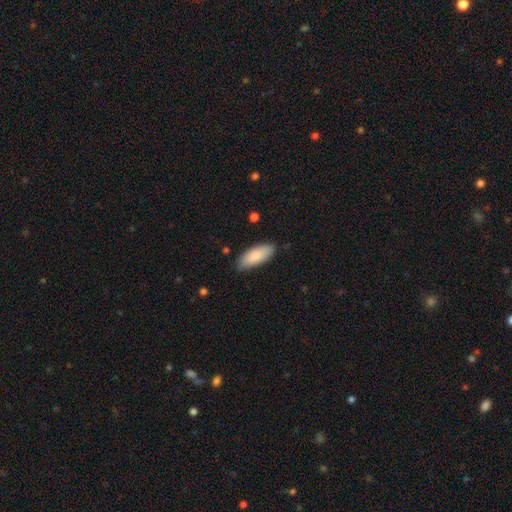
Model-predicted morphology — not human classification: Smooth or featured?
  - smooth: 83% *
  - featured or disk: 12%
  - star or artifact: 6%
How rounded?
  - in between: 79% *
  - cigar-shaped: 19%
  - round: 2%
Merging?
  - none: 82% *
  - minor disturbance: 14%
  - major disturbance: 2%
  - merger: 1%